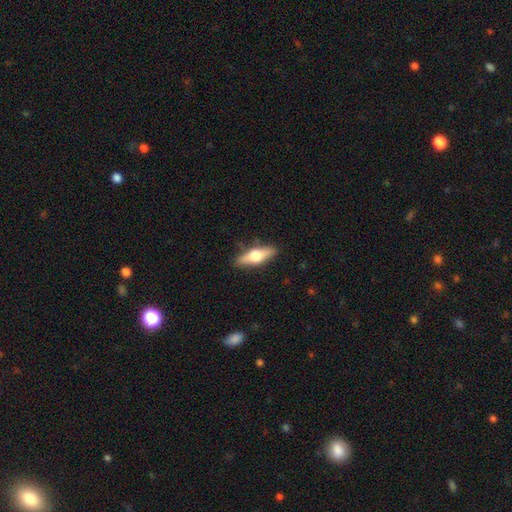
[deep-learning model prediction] This appears to be a smooth galaxy with no disk features (50%). Merging: none (86%).